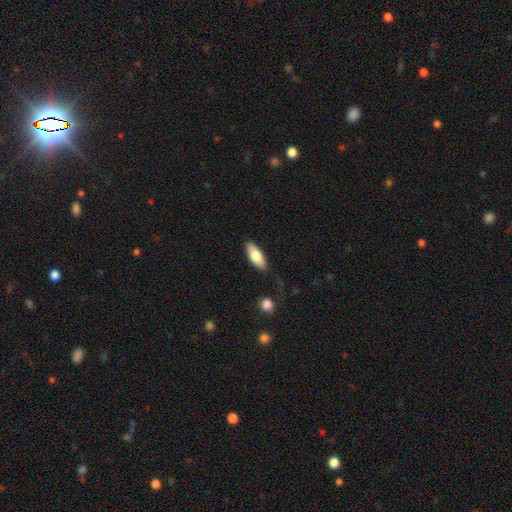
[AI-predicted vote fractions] smooth-or-featured: smooth: 77% | featured or disk: 18% | star or artifact: 6%
  how-rounded: in between: 78% | cigar-shaped: 20% | round: 2%
  merging: none: 81% | minor disturbance: 13% | major disturbance: 3% | merger: 2%